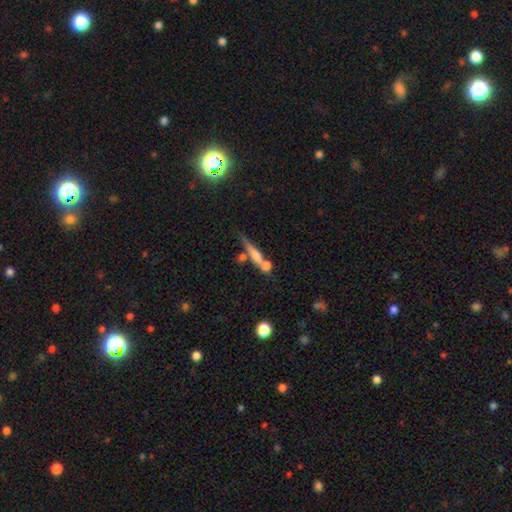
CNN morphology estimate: Smooth or featured?
  - smooth: 53% *
  - featured or disk: 37%
  - star or artifact: 10%
How rounded?
  - cigar-shaped: 73% *
  - in between: 20%
  - round: 7%
Merging?
  - none: 38% *
  - merger: 37%
  - minor disturbance: 15%
  - major disturbance: 10%